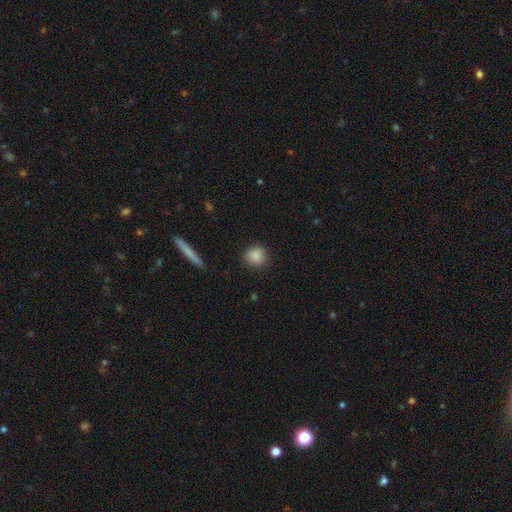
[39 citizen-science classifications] Volunteers were most divided on "smooth or featured": smooth: 85%, featured or disk: 8%, star or artifact: 8%. More confident: merging — none (94%); how rounded — round (94%).